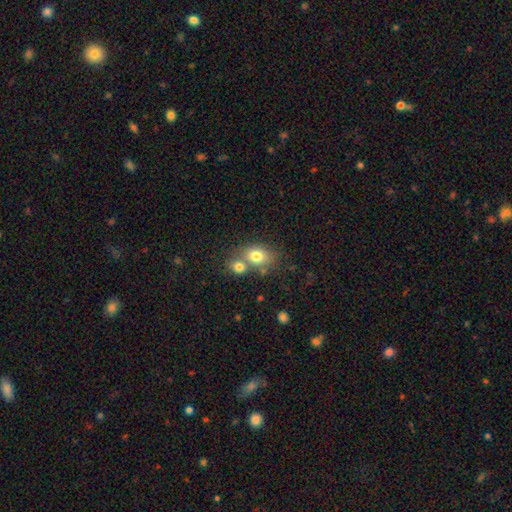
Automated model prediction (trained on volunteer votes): smooth_or_featured: smooth (p=0.77) [alt: featured or disk p=0.12]
how_rounded: in between (p=0.58) [alt: round p=0.41]
merging: merger (p=0.44) [alt: none p=0.43]